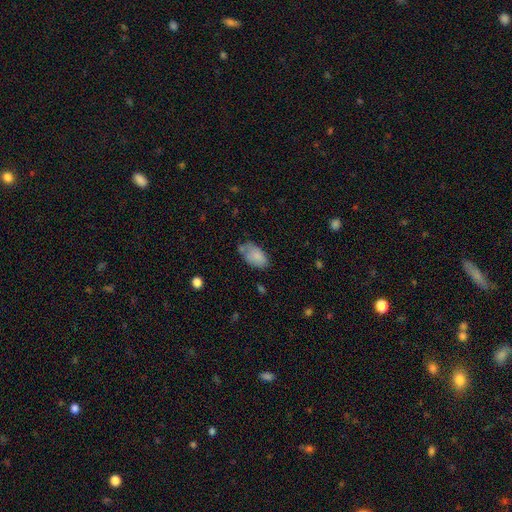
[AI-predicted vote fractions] Smooth or featured? Predicted: smooth (p=0.81). How rounded? Predicted: in between (p=0.94). Merging? Predicted: none (p=0.52).